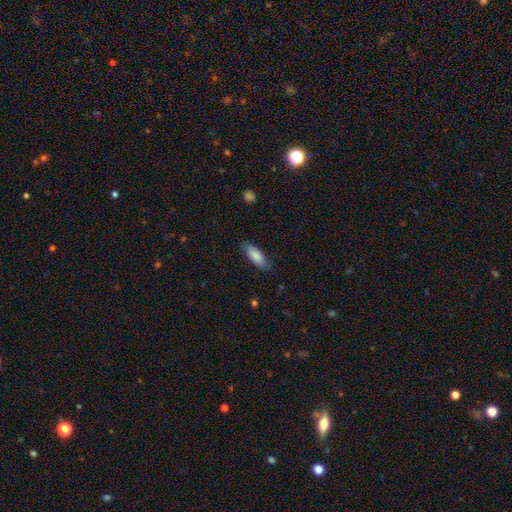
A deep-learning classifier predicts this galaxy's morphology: The model was most divided on "how rounded": in between: 73%, cigar-shaped: 25%, round: 2%. More confident: smooth or featured — smooth (83%); merging — none (80%).